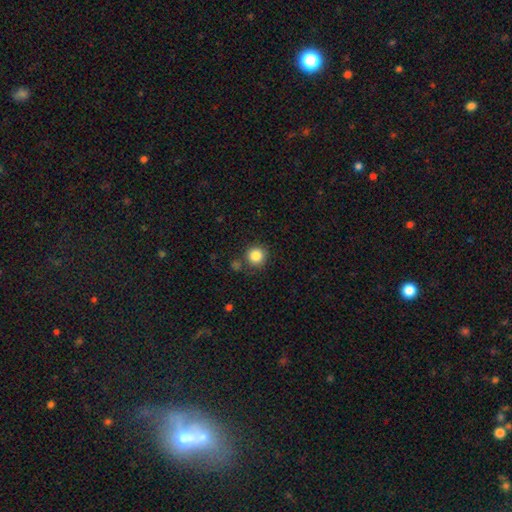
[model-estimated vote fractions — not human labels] A smooth galaxy with no disk features (84%) that is round (94%).

Vote fractions:
- Smooth or featured? smooth: 84% / star or artifact: 11% / featured or disk: 5%
- How rounded? round: 94% / in between: 5% / cigar-shaped: 1%
- Merging? none: 82% / minor disturbance: 9% / merger: 6% / major disturbance: 3%